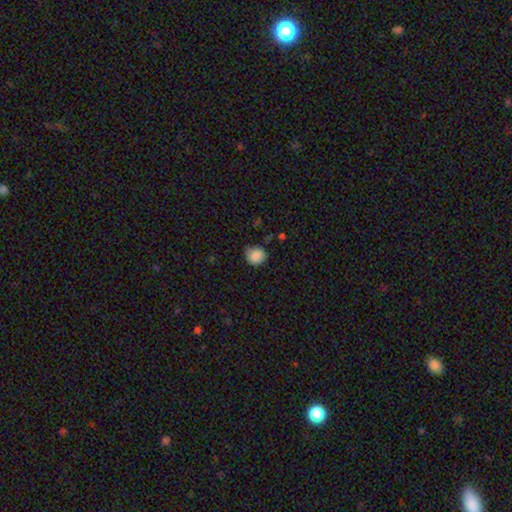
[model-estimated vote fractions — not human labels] Morphology: type=smooth (87%); roundness=round (83%); merging=none (70%).